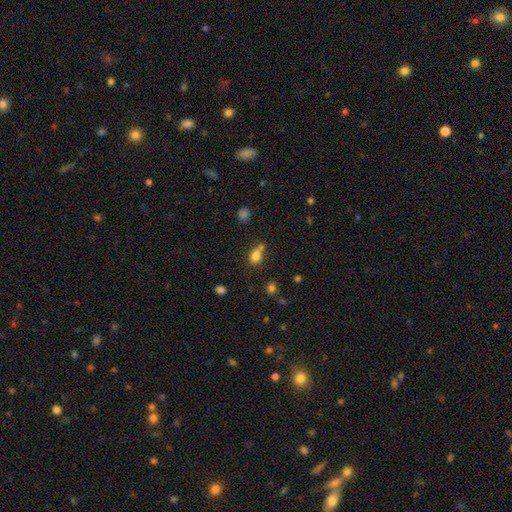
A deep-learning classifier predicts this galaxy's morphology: smooth_or_featured: smooth (p=0.77) [alt: star or artifact p=0.15]
how_rounded: in between (p=0.53) [alt: round p=0.45]
merging: none (p=0.42) [alt: merger p=0.39]